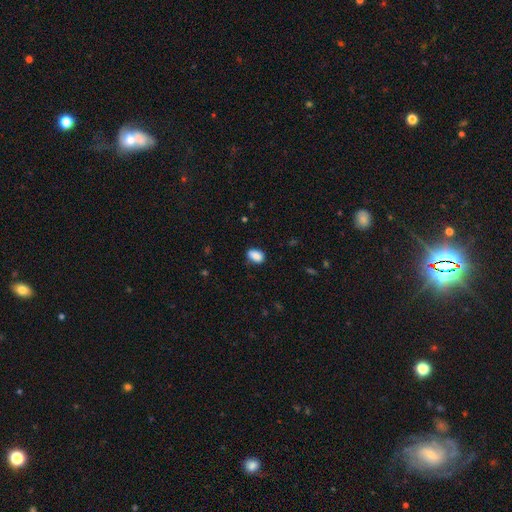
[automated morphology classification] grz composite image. It shows a smooth galaxy with no disk features (88%) that is in between round and cigar-shaped (86%). Merging: none (77%).